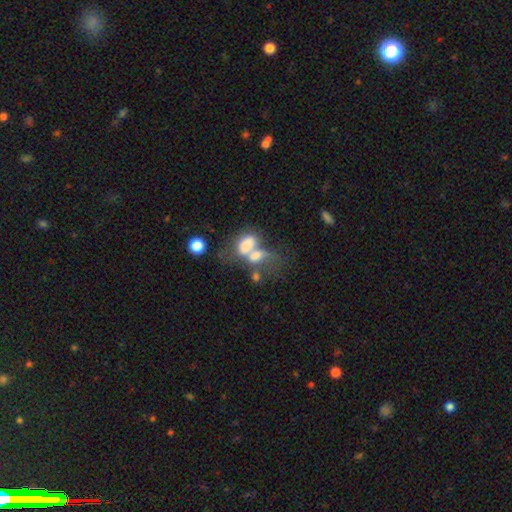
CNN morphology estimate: type=smooth (61%); roundness=in between (84%); merging=merger (66%).